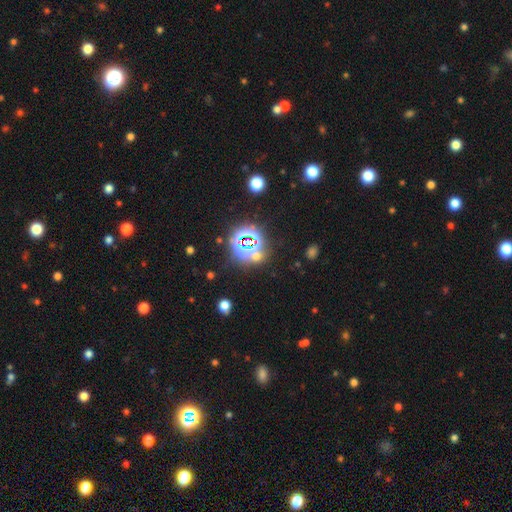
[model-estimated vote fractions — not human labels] Q: Smooth or featured?
A: star or artifact (69%); runner-up: smooth (23%)